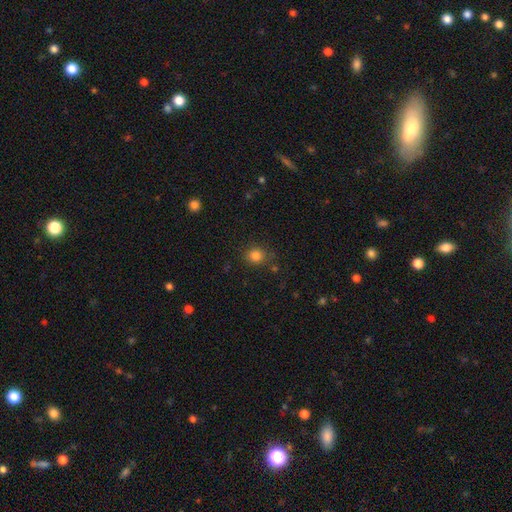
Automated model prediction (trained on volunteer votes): This appears to be a smooth galaxy with no disk features (82%) that is round (82%). Merging: none (80%).